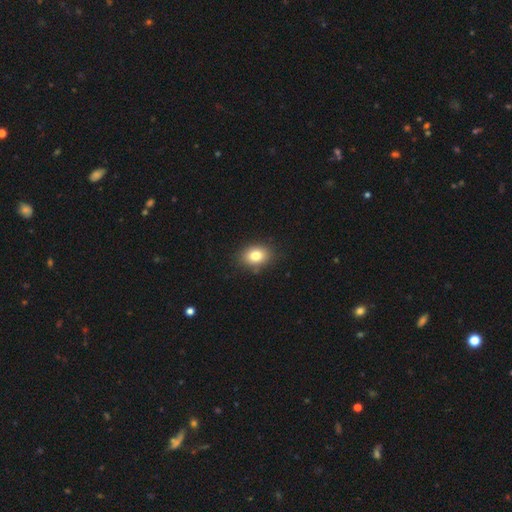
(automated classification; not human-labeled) This is clearly a smooth galaxy (81%). How rounded: likely in between (67%). Merging: clearly none (87%).